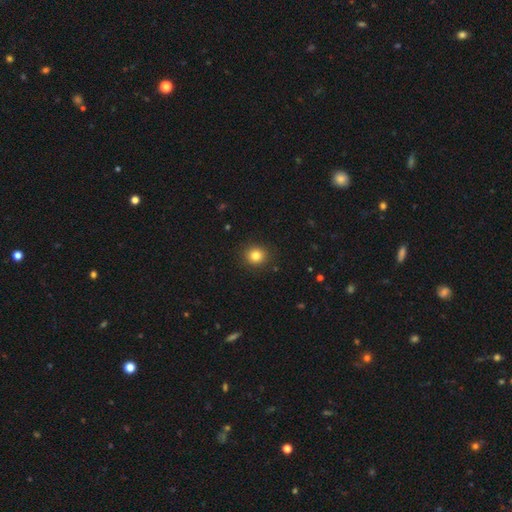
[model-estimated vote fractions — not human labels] The model was most divided on "smooth or featured": smooth: 82%, star or artifact: 12%, featured or disk: 6%. More confident: merging — none (91%); how rounded — round (89%).